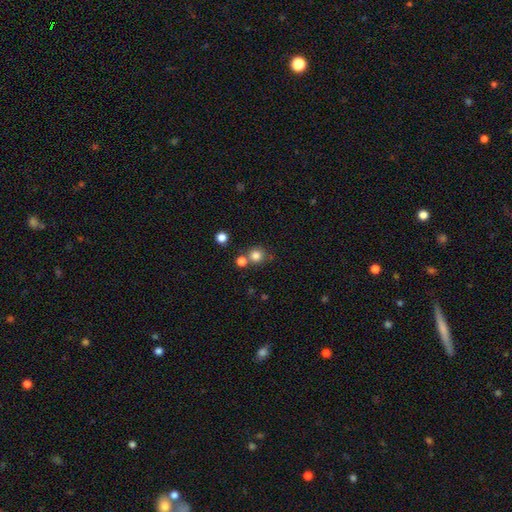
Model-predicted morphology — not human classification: The model was most divided on "merging": none: 69%, merger: 21%, minor disturbance: 8%, major disturbance: 3%. More confident: how rounded — round (91%); smooth or featured — smooth (81%).